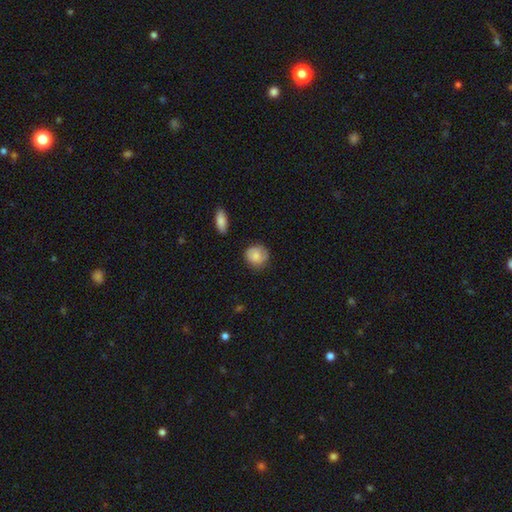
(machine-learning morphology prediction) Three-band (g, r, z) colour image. It shows a smooth galaxy with no disk features (75%) that is round (80%). Merging: none (72%).